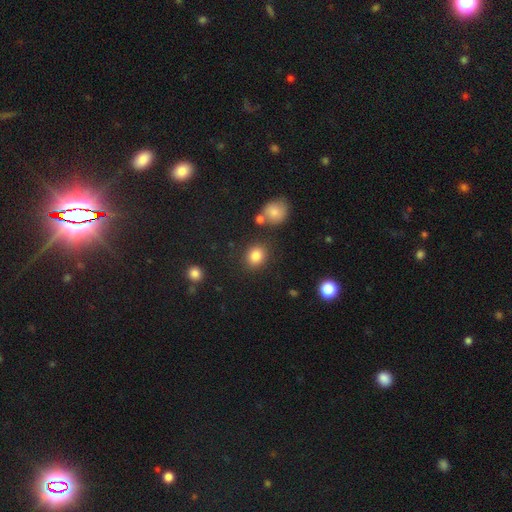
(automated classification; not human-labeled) smooth 83%, star or artifact 11%, featured or disk 6%. Down the decision tree: how rounded — round (71%); merging — none (84%).